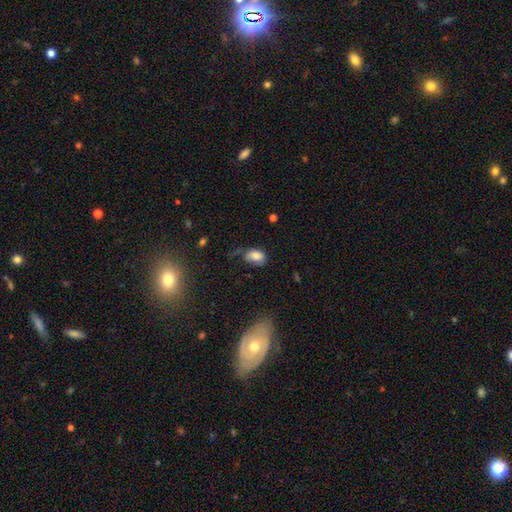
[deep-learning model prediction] Smooth or featured: smooth — 75% (featured or disk — 16%)
How rounded: in between — 80% (round — 18%)
Merging: none — 36% (minor disturbance — 31%)